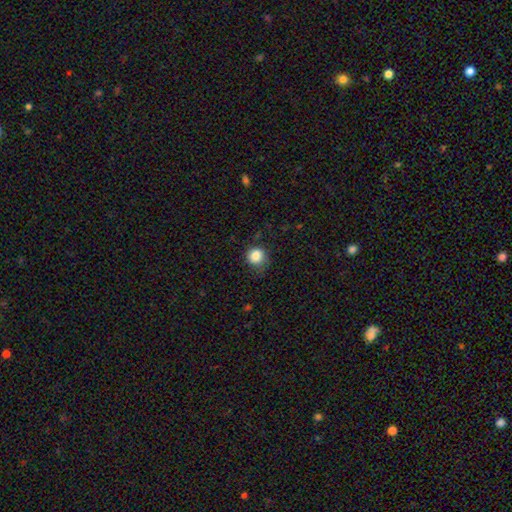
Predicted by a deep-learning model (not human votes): Q: Smooth or featured?
A: smooth (86%); runner-up: star or artifact (10%)
Q: How rounded?
A: round (88%); runner-up: in between (11%)
Q: Merging?
A: none (71%); runner-up: minor disturbance (21%)